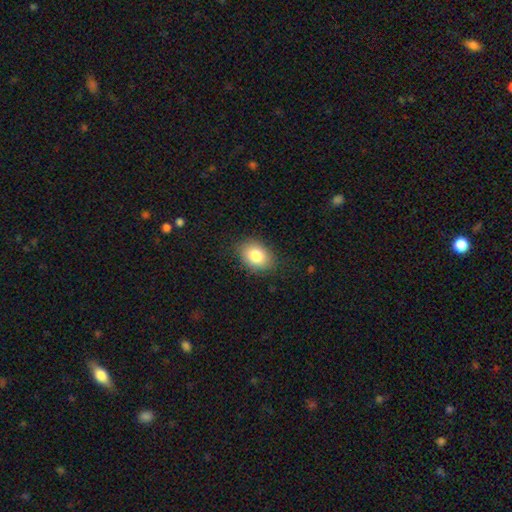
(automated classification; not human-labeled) Q: Smooth or featured?
A: smooth (83%); runner-up: featured or disk (9%)
Q: How rounded?
A: in between (75%); runner-up: round (24%)
Q: Merging?
A: none (84%); runner-up: minor disturbance (12%)